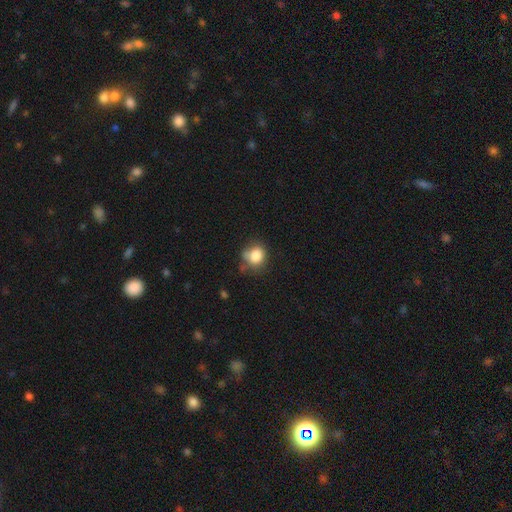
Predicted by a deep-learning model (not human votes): This is clearly a smooth galaxy (82%). How rounded: likely round (75%). Merging: possibly none (57%).